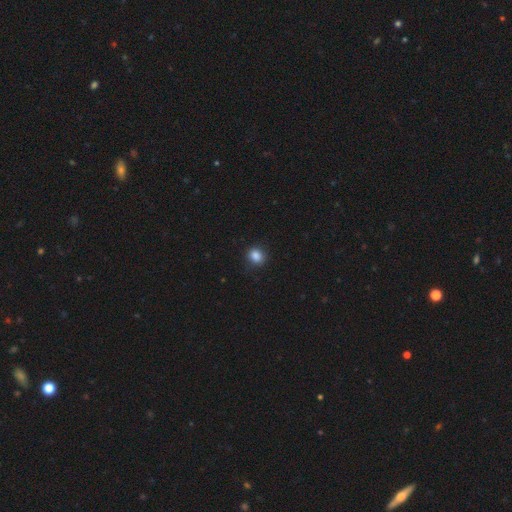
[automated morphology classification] smooth-or-featured: smooth: 85% | star or artifact: 11% | featured or disk: 4%
  how-rounded: round: 68% | in between: 31% | cigar-shaped: 1%
  merging: none: 85% | minor disturbance: 11% | major disturbance: 3% | merger: 1%